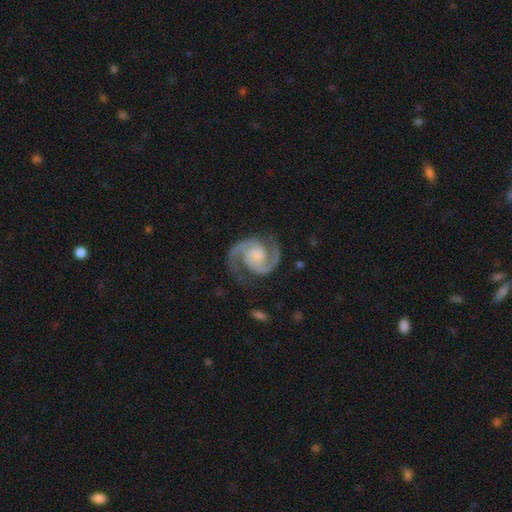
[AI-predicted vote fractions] Smooth or featured: featured or disk — 94% (star or artifact — 4%)
Edge-on disk: no — 98% (yes — 2%)
Bar: no — 66% (weak — 26%)
Spiral arms: yes — 99% (no — 1%)
Spiral winding: medium — 58% (tight — 32%)
Spiral arm count: 2 — 95% (3 — 1%)
Bulge size: none — 32% (moderate — 26%)
Merging: none — 81% (minor disturbance — 13%)